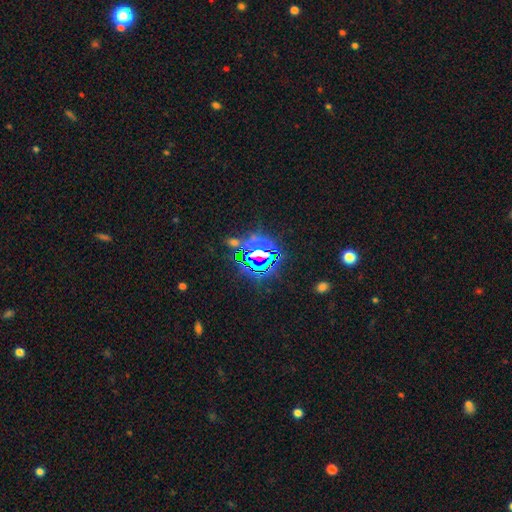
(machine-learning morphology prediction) This is clearly a star or artifact rather than a galaxy (80%).